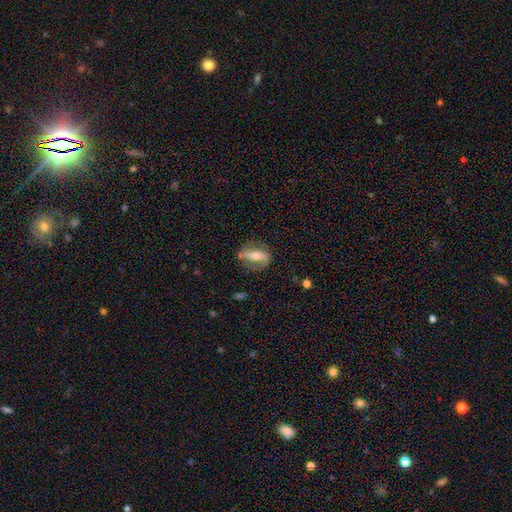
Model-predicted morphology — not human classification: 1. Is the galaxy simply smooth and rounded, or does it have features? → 68% featured or disk, 24% smooth, 8% star or artifact.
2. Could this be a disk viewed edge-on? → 84% no, 16% yes.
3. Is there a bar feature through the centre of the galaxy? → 52% strong, 24% weak, 23% no.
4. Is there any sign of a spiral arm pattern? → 76% yes, 24% no.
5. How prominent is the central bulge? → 57% moderate, 35% small, 4% large, 2% none, 1% dominant.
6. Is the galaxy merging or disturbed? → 70% none, 19% minor disturbance, 8% major disturbance, 3% merger.